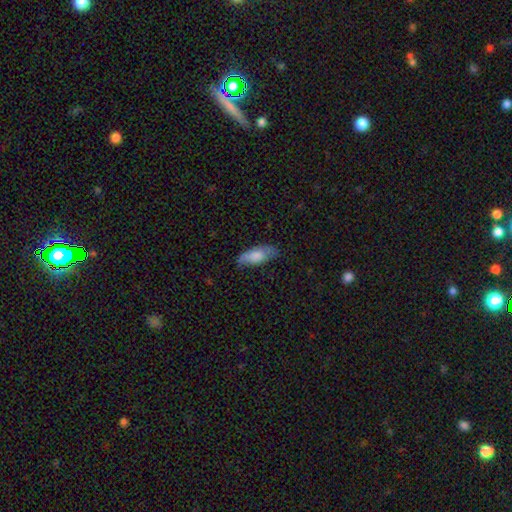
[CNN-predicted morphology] Smooth or featured? Predicted: smooth (p=0.77). How rounded? Predicted: in between (p=0.78). Merging? Predicted: none (p=0.66).